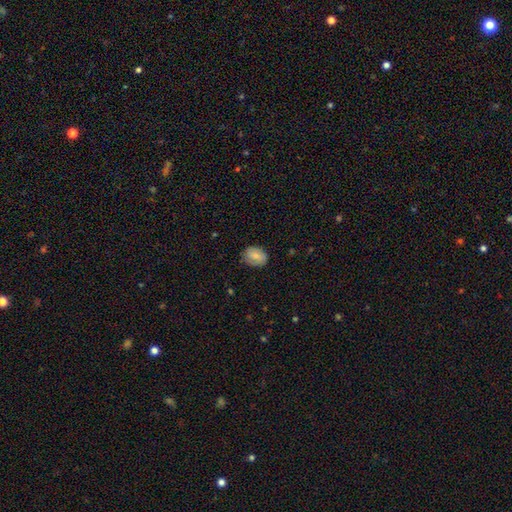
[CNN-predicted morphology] smooth-or-featured: smooth: 77% | featured or disk: 16% | star or artifact: 7%
  how-rounded: in between: 64% | round: 35% | cigar-shaped: 1%
  merging: none: 81% | minor disturbance: 15% | major disturbance: 3% | merger: 1%